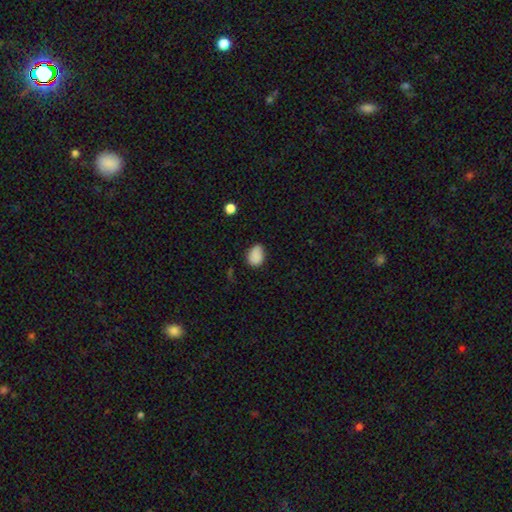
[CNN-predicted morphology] Smooth or featured: smooth — 84% (star or artifact — 9%)
How rounded: in between — 70% (round — 29%)
Merging: none — 66% (minor disturbance — 26%)